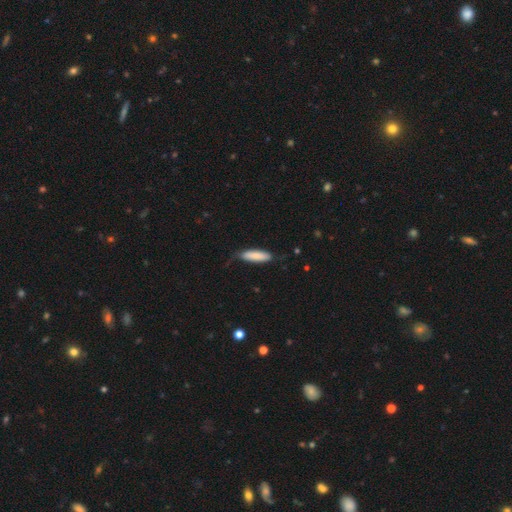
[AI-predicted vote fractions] smooth-or-featured: smooth: 82% | featured or disk: 12% | star or artifact: 6%
  how-rounded: cigar-shaped: 58% | in between: 40% | round: 1%
  merging: none: 65% | minor disturbance: 26% | major disturbance: 7% | merger: 2%